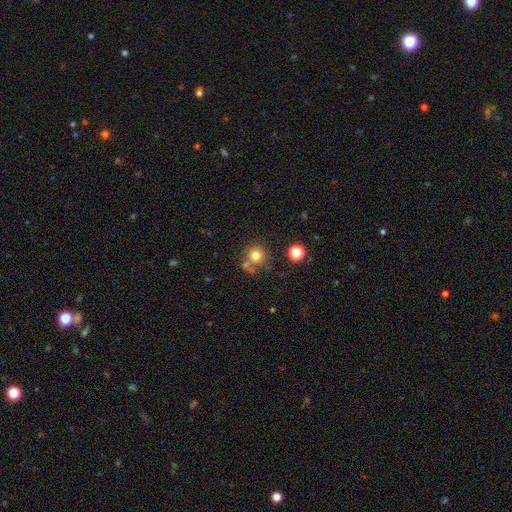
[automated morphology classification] smooth-or-featured: smooth: 78% | star or artifact: 14% | featured or disk: 9%
  how-rounded: round: 92% | in between: 7% | cigar-shaped: 1%
  merging: none: 68% | merger: 17% | minor disturbance: 10% | major disturbance: 4%